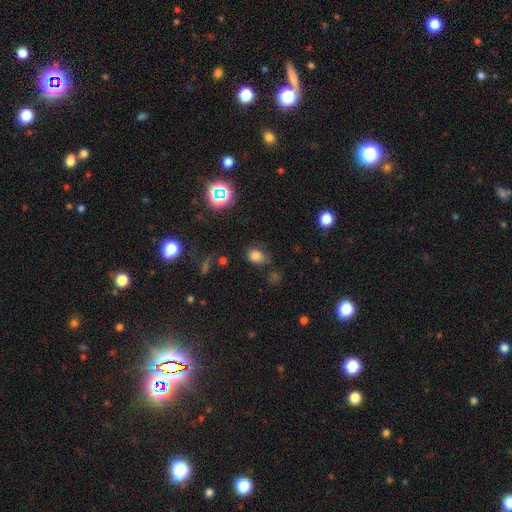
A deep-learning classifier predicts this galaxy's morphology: A smooth galaxy with no disk features (75%) that is in between round and cigar-shaped (64%). Merging: none (61%).